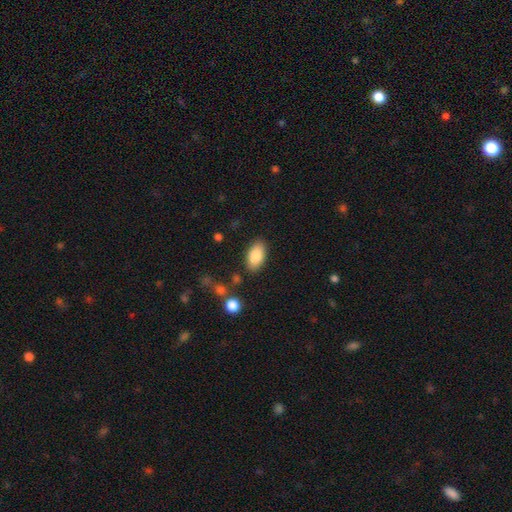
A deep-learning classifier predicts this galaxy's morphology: This is clearly a smooth galaxy (82%). How rounded: clearly in between (93%). Merging: clearly none (85%).